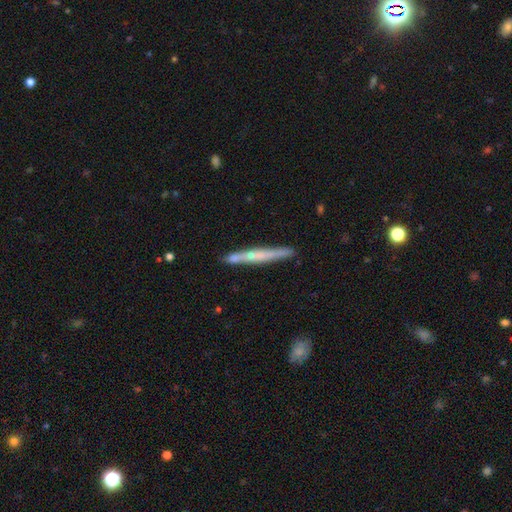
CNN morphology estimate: type=featured or disk (50%); merging=none (83%).